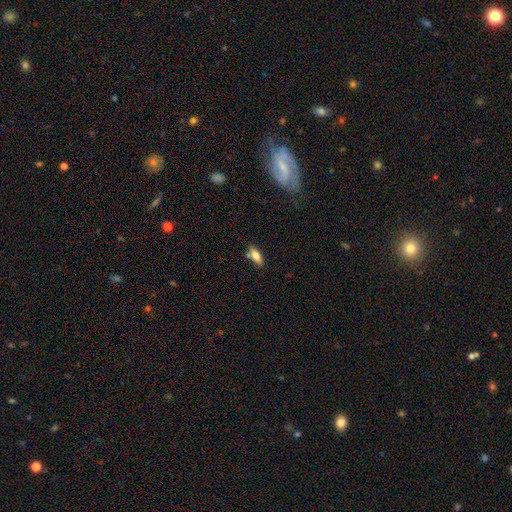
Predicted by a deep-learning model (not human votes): Overall: smooth (75%). How rounded: in between (73%). Merging: none (74%).